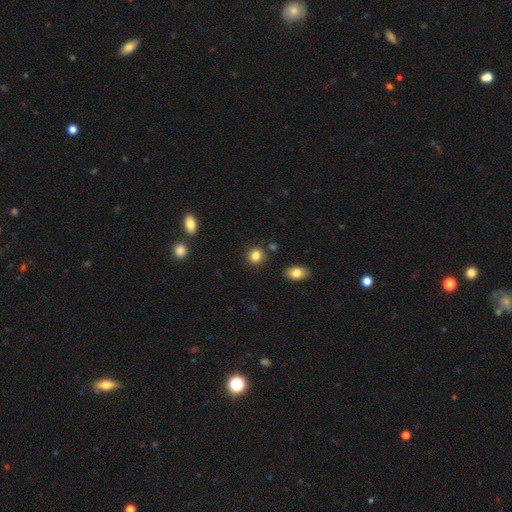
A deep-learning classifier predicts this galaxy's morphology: smooth-or-featured: smooth: 84% | star or artifact: 10% | featured or disk: 6%
  how-rounded: round: 83% | in between: 16% | cigar-shaped: 1%
  merging: none: 86% | minor disturbance: 8% | merger: 4% | major disturbance: 2%